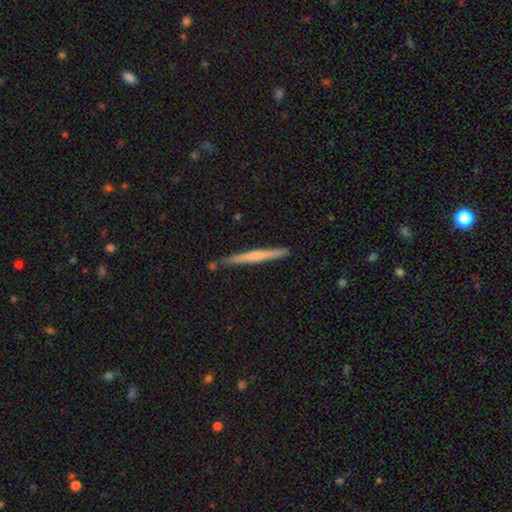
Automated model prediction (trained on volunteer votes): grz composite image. It shows a featured or disk galaxy (48%). Merging: none (84%).